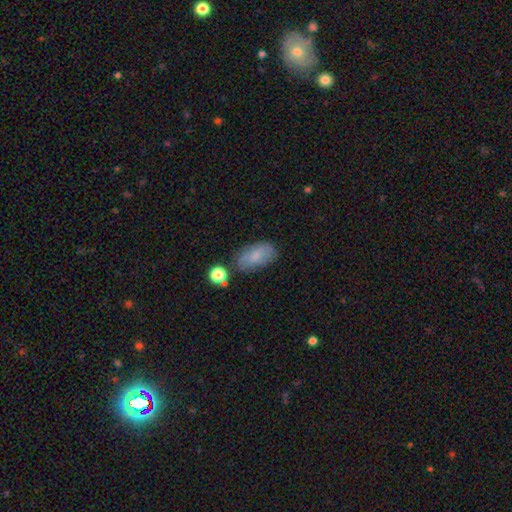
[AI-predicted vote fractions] The model was most divided on "merging": none: 67%, minor disturbance: 21%, major disturbance: 6%, merger: 6%. More confident: how rounded — in between (92%); smooth or featured — smooth (74%).